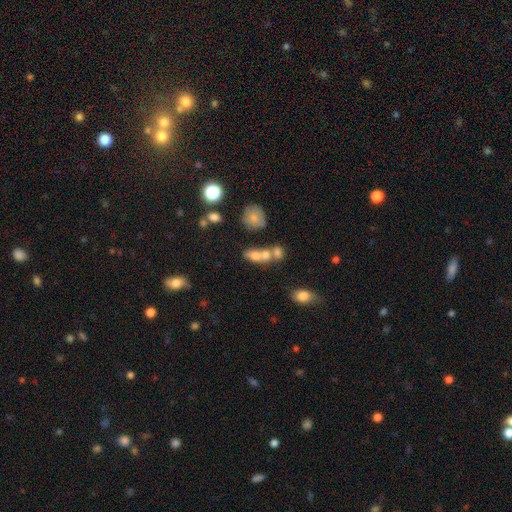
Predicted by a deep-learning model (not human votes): The model was most divided on "merging": merger: 58%, none: 26%, minor disturbance: 10%, major disturbance: 7%. More confident: how rounded — in between (67%); smooth or featured — smooth (65%).